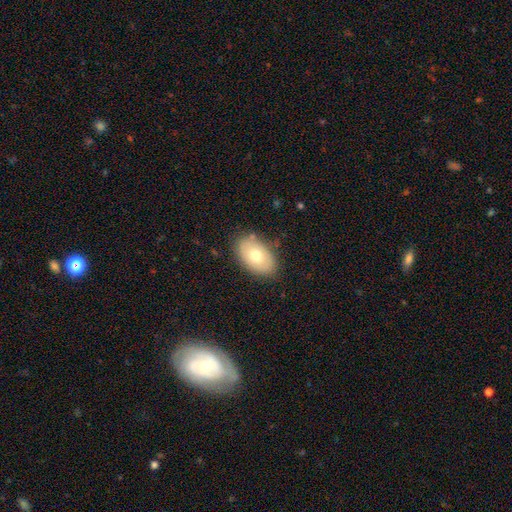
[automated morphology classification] This appears to be a smooth galaxy with no disk features (68%) that is in between round and cigar-shaped (91%). Merging: none (80%).